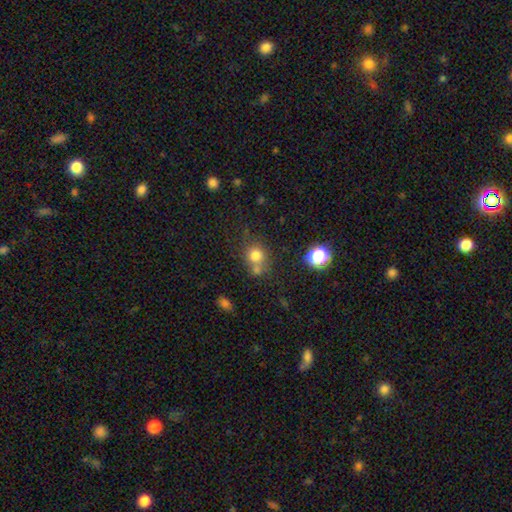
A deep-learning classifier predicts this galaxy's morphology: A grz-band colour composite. It shows a smooth galaxy with no disk features (76%) that is round (81%). Merging: none (54%).